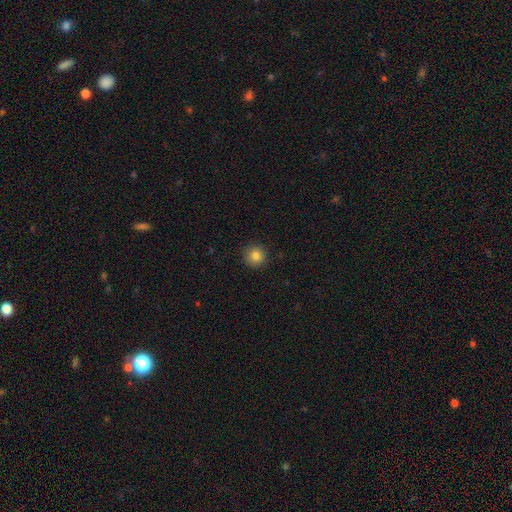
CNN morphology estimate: Smooth or featured? Predicted: smooth (p=0.83). How rounded? Predicted: round (p=0.94). Merging? Predicted: none (p=0.91).